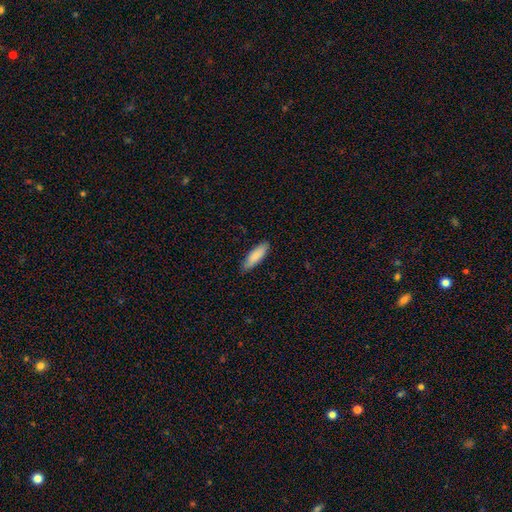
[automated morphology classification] This is clearly a smooth galaxy (87%). How rounded: possibly cigar-shaped (52%). Merging: clearly none (85%).